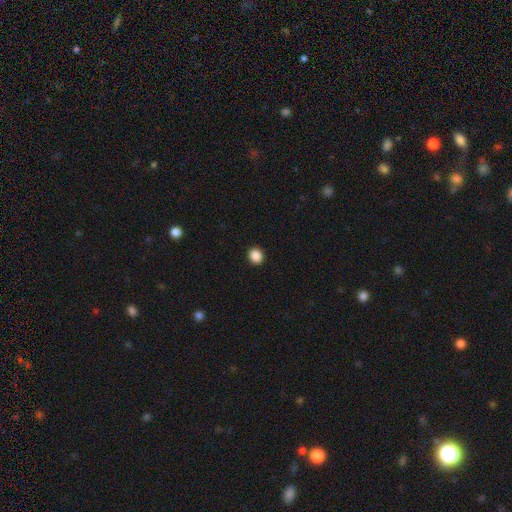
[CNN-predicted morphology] This is clearly a smooth galaxy (88%). How rounded: likely round (78%). Merging: clearly none (92%).